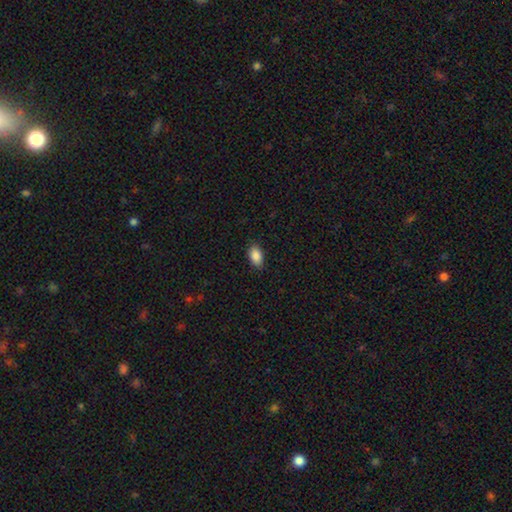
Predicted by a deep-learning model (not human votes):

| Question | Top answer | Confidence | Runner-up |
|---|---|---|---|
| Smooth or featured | smooth | 88% | star or artifact (8%) |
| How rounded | in between | 92% | round (6%) |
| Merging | none | 86% | minor disturbance (11%) |